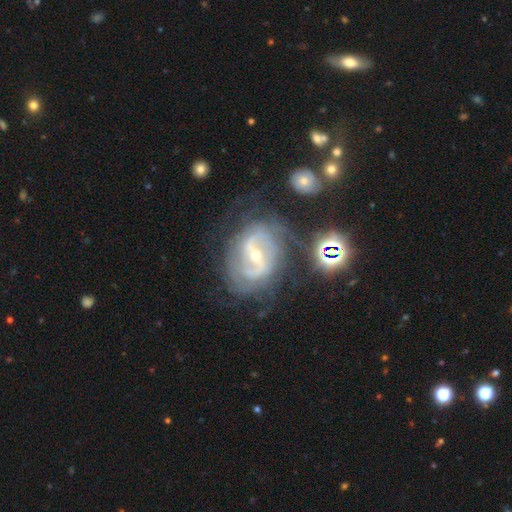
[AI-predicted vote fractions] A featured or disk galaxy (87%) with a strong bar (46%), 2 (68%) medium (45%) spiral arms (93%) and a small central bulge (58%). Merging: none (65%).